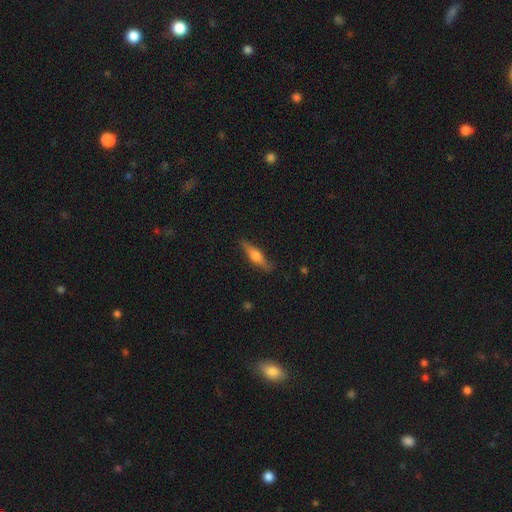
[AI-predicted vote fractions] Morphology: type=featured or disk (48%); merging=none (85%).